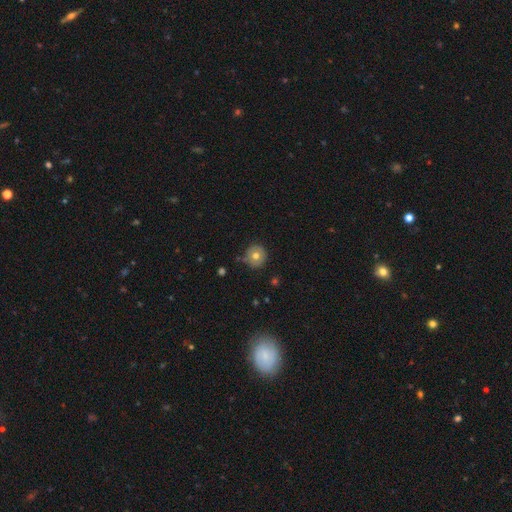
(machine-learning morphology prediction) A smooth galaxy with no disk features (66%) that is round (94%).

Vote fractions:
- Smooth or featured? smooth: 66% / featured or disk: 24% / star or artifact: 10%
- How rounded? round: 94% / in between: 6% / cigar-shaped: 1%
- Merging? none: 82% / minor disturbance: 13% / major disturbance: 3% / merger: 2%